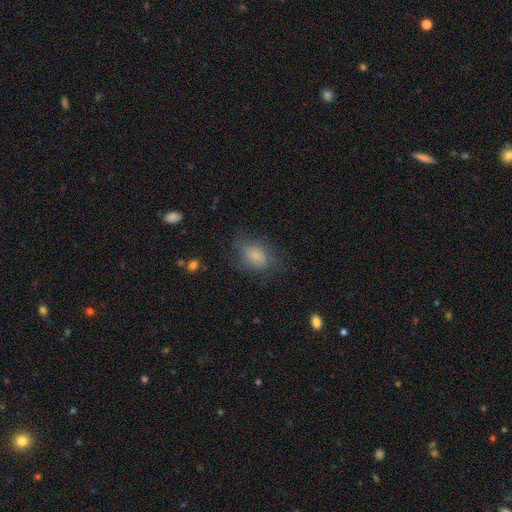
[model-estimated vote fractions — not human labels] smooth 70%, featured or disk 21%, star or artifact 10%. Down the decision tree: how rounded — in between (78%); merging — none (57%).